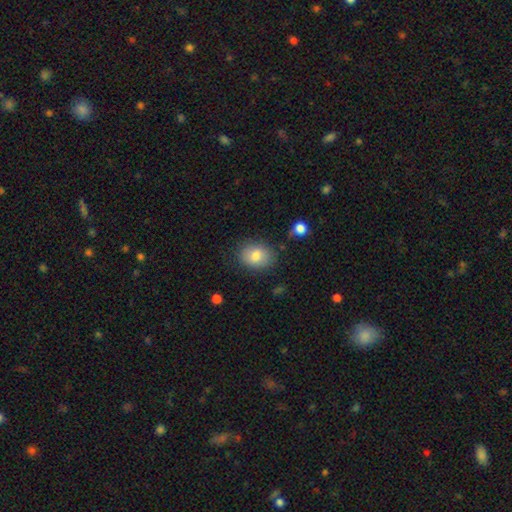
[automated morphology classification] smooth_or_featured: smooth (p=0.79) [alt: featured or disk p=0.12]
how_rounded: in between (p=0.52) [alt: round p=0.47]
merging: none (p=0.80) [alt: minor disturbance p=0.14]